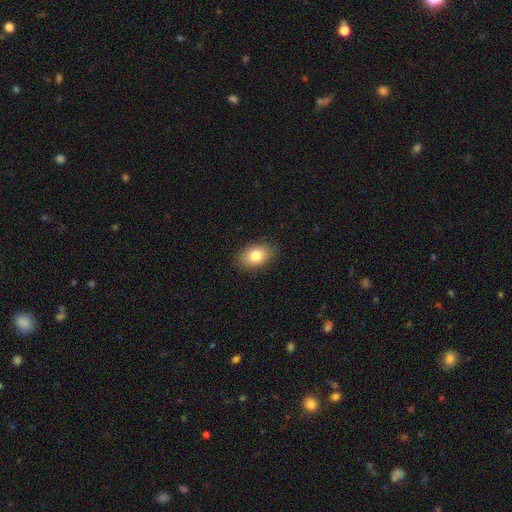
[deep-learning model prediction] Smooth or featured?
  - smooth: 81% *
  - featured or disk: 11%
  - star or artifact: 9%
How rounded?
  - in between: 82% *
  - round: 17%
  - cigar-shaped: 1%
Merging?
  - none: 88% *
  - minor disturbance: 9%
  - major disturbance: 2%
  - merger: 1%